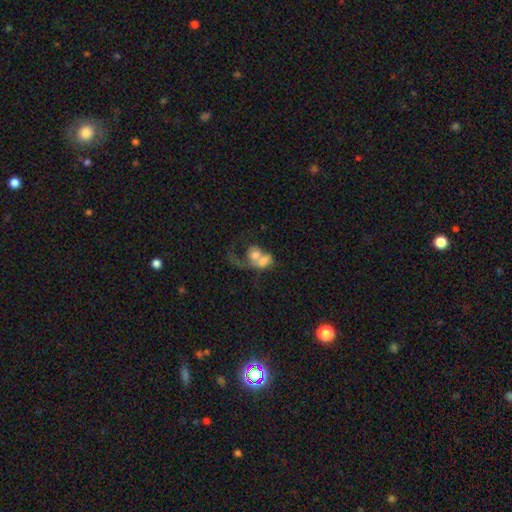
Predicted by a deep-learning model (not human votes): This appears to be a smooth galaxy with no disk features (52%) that is in between round and cigar-shaped (54%). Merging: merger (70%).